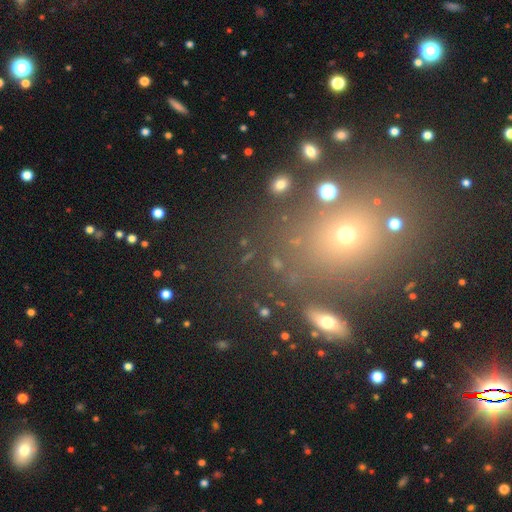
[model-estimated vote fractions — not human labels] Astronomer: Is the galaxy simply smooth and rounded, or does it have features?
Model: star or artifact — 44% (runner-up: smooth, 42%).